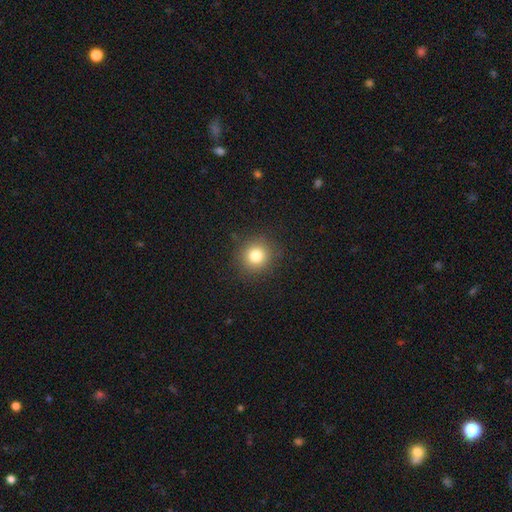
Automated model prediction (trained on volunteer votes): smooth_or_featured: smooth (p=0.80) [alt: star or artifact p=0.12]
how_rounded: round (p=0.90) [alt: in between p=0.09]
merging: none (p=0.89) [alt: minor disturbance p=0.07]